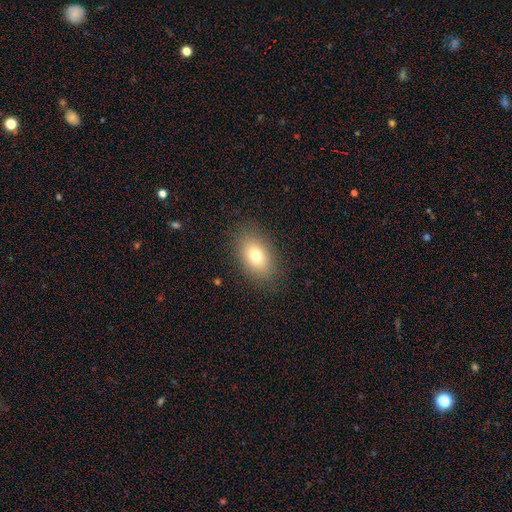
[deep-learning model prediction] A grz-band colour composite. It shows a smooth galaxy with no disk features (75%) that is in between round and cigar-shaped (83%). Merging: none (85%).